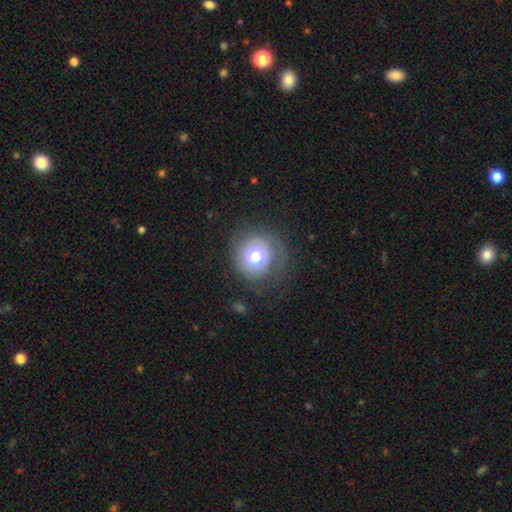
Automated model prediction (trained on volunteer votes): A smooth galaxy with no disk features (61%) that is round (90%). Merging: none (73%).